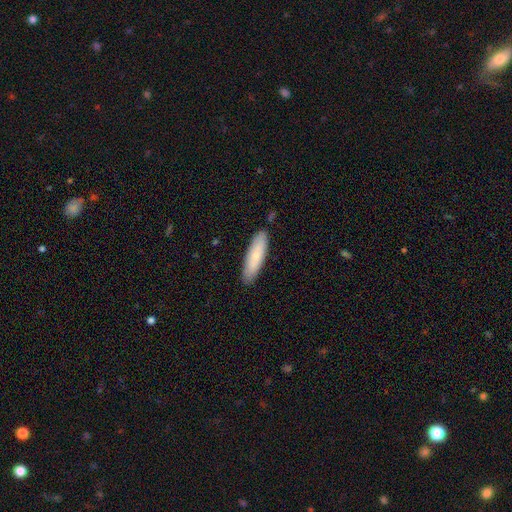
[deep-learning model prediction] smooth 75%, featured or disk 20%, star or artifact 6%. Down the decision tree: how rounded — cigar-shaped (63%); merging — none (87%).